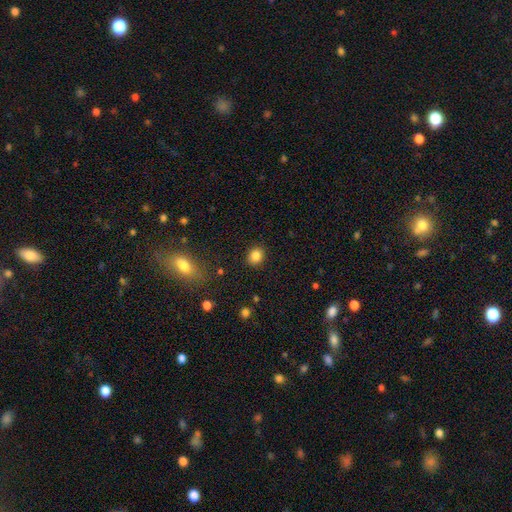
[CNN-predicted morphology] A smooth galaxy with no disk features (85%) that is round (70%). Merging: none (88%).